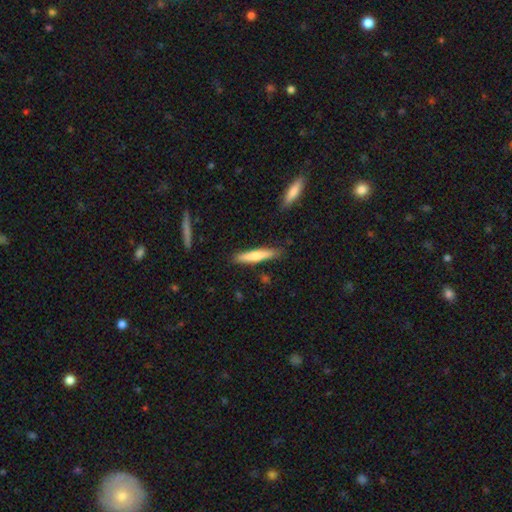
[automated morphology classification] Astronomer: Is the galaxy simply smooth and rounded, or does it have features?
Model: smooth — 67%.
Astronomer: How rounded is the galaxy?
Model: cigar-shaped — 90%.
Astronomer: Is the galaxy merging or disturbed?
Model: none — 86%.